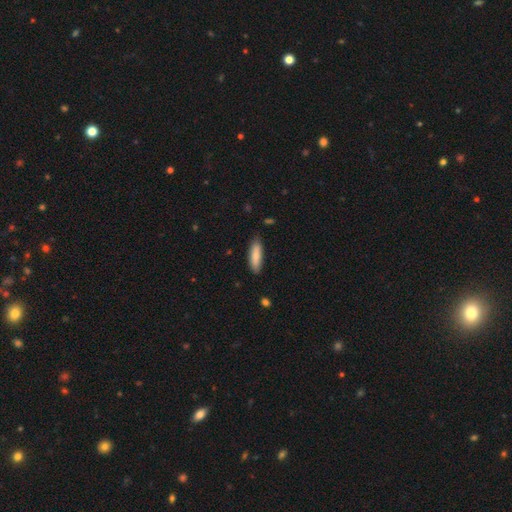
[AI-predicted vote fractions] Overall: smooth (83%). How rounded: cigar-shaped (59%; in between 40%). Merging: none (85%).